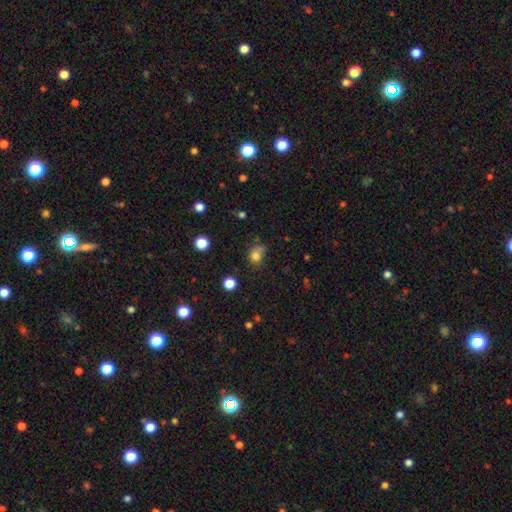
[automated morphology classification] A smooth galaxy with no disk features (77%) that is round (65%).

Vote fractions:
- Smooth or featured? smooth: 77% / star or artifact: 14% / featured or disk: 9%
- How rounded? round: 65% / in between: 34% / cigar-shaped: 1%
- Merging? none: 48% / minor disturbance: 28% / major disturbance: 14% / merger: 11%